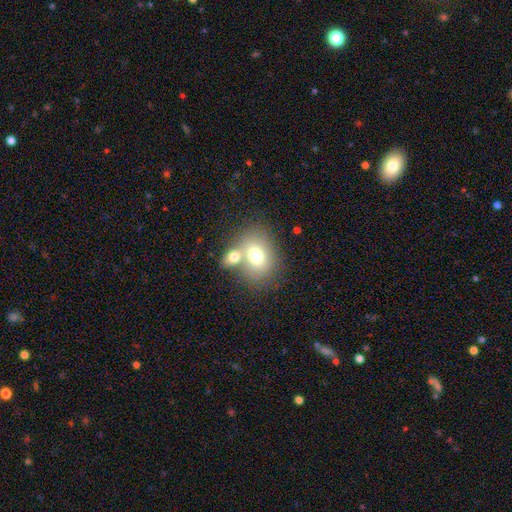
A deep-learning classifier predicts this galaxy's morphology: Q: Smooth or featured?
A: smooth (70%); runner-up: featured or disk (19%)
Q: How rounded?
A: in between (60%); runner-up: round (39%)
Q: Merging?
A: merger (43%); runner-up: none (42%)